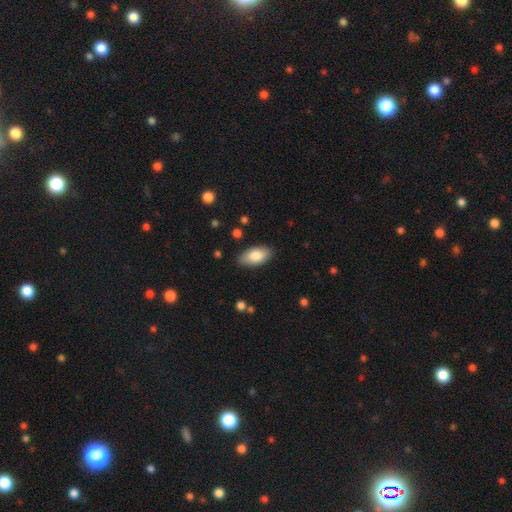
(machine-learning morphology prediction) smooth_or_featured: smooth (p=0.82) [alt: featured or disk p=0.12]
how_rounded: in between (p=0.93) [alt: cigar-shaped p=0.05]
merging: none (p=0.86) [alt: minor disturbance p=0.10]